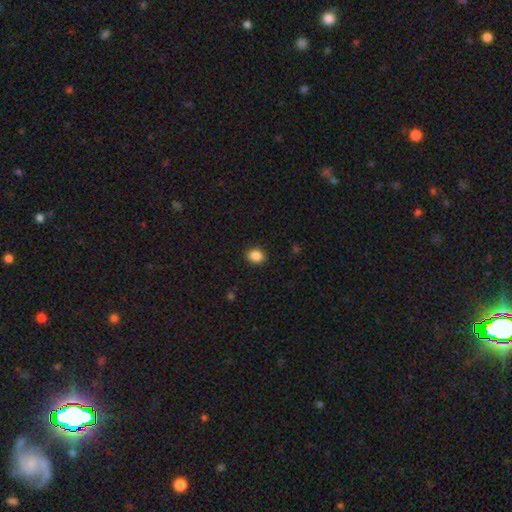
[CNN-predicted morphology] smooth 87%, star or artifact 10%, featured or disk 3%. Down the decision tree: how rounded — round (61%); merging — none (91%).